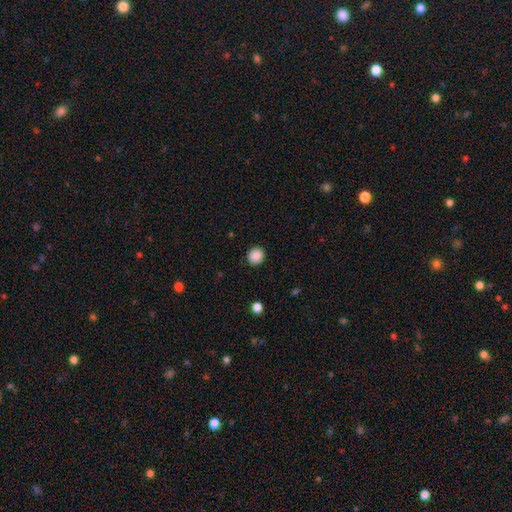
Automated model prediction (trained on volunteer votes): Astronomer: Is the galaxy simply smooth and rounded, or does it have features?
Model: smooth — 88%.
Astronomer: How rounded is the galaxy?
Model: round — 82%.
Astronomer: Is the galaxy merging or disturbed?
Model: none — 89%.